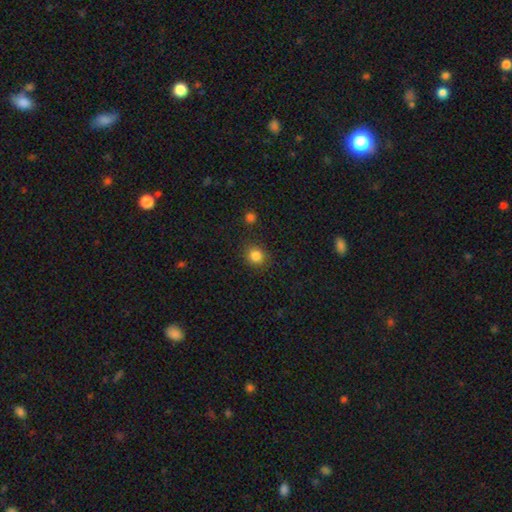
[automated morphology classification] This appears to be a smooth galaxy with no disk features (83%) that is round (84%). Merging: none (88%).